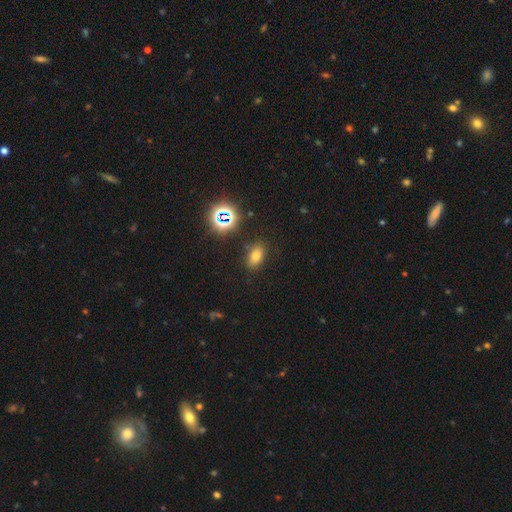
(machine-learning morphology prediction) Smooth or featured: smooth — 68% (star or artifact — 23%)
How rounded: in between — 83% (round — 13%)
Merging: none — 83% (minor disturbance — 11%)